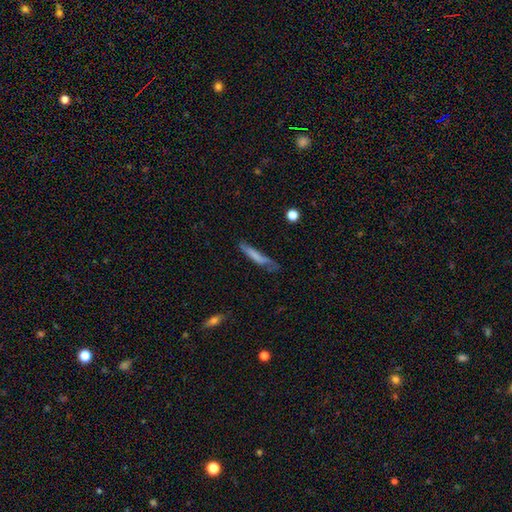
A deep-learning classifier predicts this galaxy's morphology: Overall: smooth (65%; featured or disk 27%). How rounded: cigar-shaped (88%). Merging: none (52%; minor disturbance 30%).